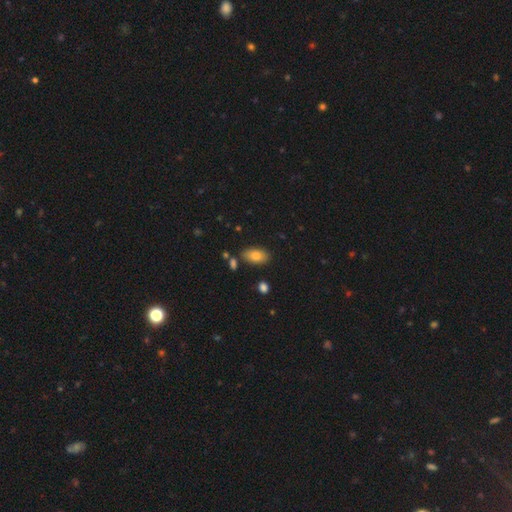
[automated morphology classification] Smooth or featured: smooth — 82% (featured or disk — 10%)
How rounded: in between — 92% (round — 5%)
Merging: none — 81% (minor disturbance — 12%)